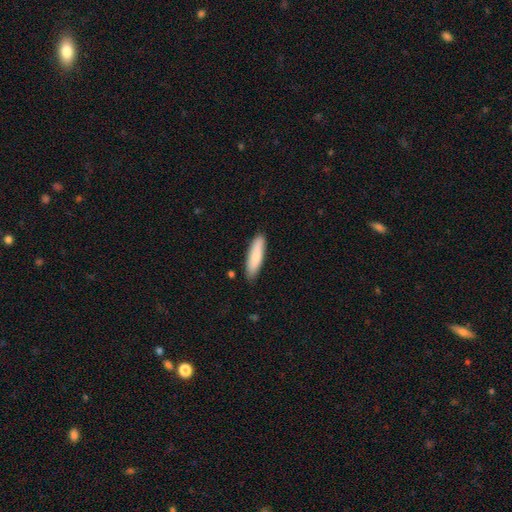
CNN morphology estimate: A smooth galaxy with no disk features (81%) that is cigar-shaped (71%).

Vote fractions:
- Smooth or featured? smooth: 81% / featured or disk: 14% / star or artifact: 5%
- How rounded? cigar-shaped: 71% / in between: 27% / round: 1%
- Merging? none: 87% / minor disturbance: 10% / major disturbance: 2% / merger: 1%